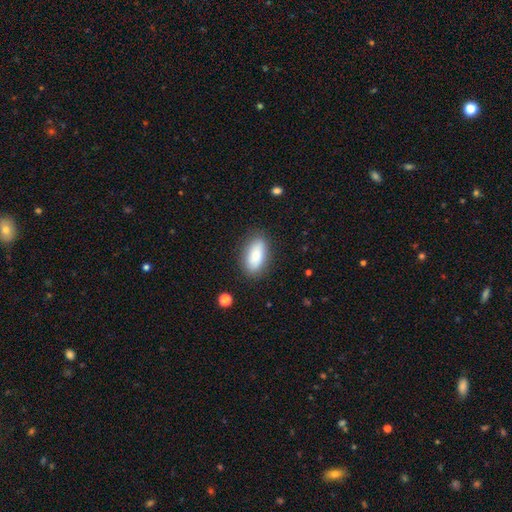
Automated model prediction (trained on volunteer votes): Smooth or featured? Predicted: smooth (p=0.83). How rounded? Predicted: in between (p=0.88). Merging? Predicted: none (p=0.84).